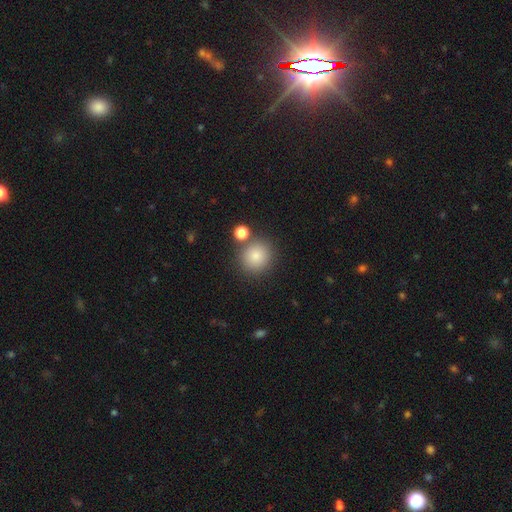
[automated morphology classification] type=smooth (84%); roundness=round (91%); merging=none (78%).